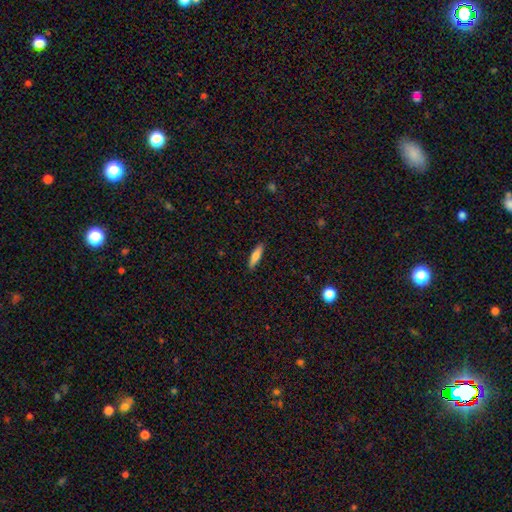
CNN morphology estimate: type=smooth (73%); roundness=cigar-shaped (68%); merging=none (89%).